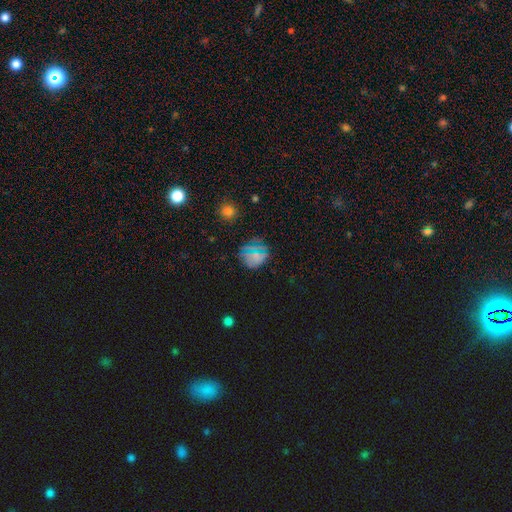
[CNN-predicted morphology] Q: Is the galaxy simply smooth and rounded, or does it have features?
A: smooth — 56%.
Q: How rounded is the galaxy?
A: round — 68%.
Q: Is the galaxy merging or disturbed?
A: none — 76%.